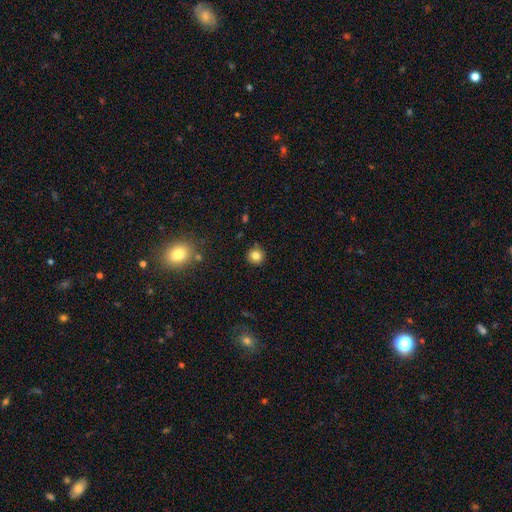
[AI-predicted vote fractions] Q: Smooth or featured?
A: smooth (82%); runner-up: star or artifact (12%)
Q: How rounded?
A: round (93%); runner-up: in between (6%)
Q: Merging?
A: none (90%); runner-up: minor disturbance (7%)